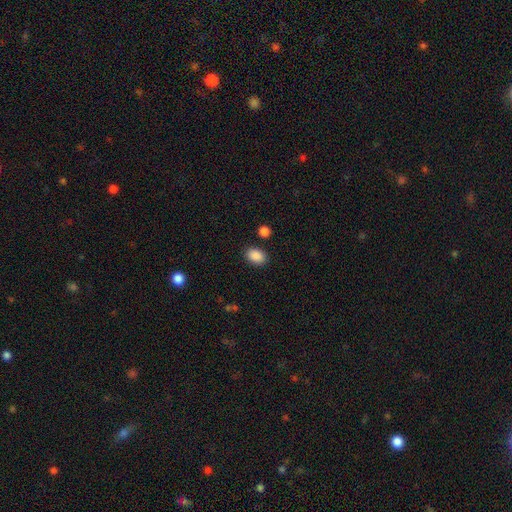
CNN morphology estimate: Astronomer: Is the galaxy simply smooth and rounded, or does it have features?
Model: smooth — 89%.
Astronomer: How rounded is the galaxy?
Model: in between — 81%.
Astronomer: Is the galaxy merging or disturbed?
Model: none — 86%.